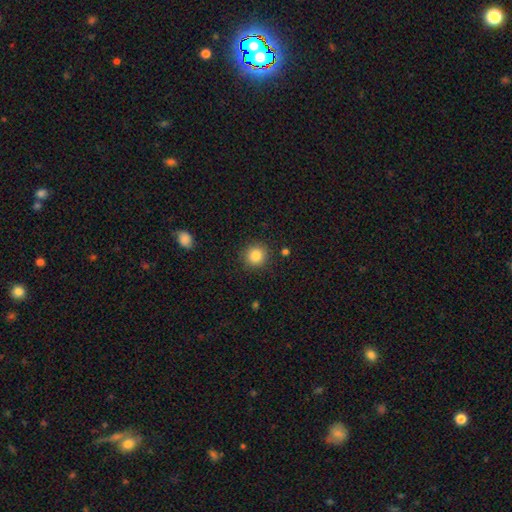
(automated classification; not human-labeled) Smooth or featured? Predicted: smooth (p=0.85). How rounded? Predicted: round (p=0.92). Merging? Predicted: none (p=0.90).